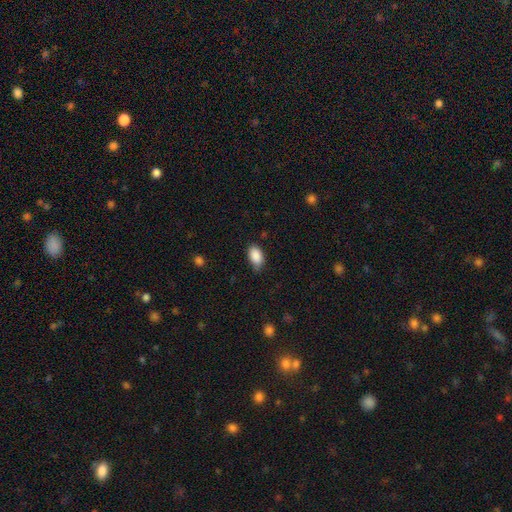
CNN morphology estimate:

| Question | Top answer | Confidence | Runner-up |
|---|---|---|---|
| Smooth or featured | smooth | 89% | star or artifact (7%) |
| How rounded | in between | 91% | round (7%) |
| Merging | none | 71% | minor disturbance (24%) |